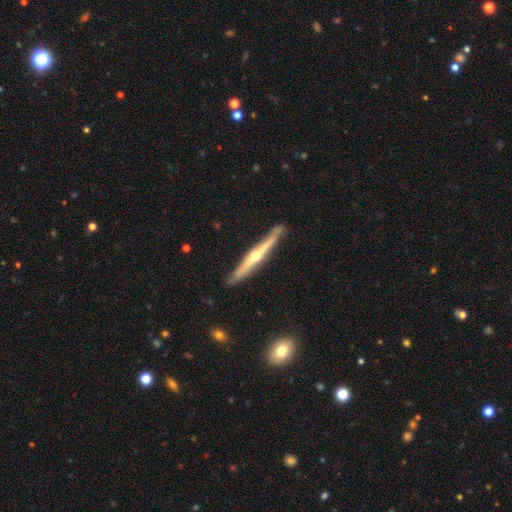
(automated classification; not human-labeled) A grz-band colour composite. It shows a featured or disk galaxy (78%) viewed edge-on (97%) with a rounded central bulge (89%). Merging: none (87%).